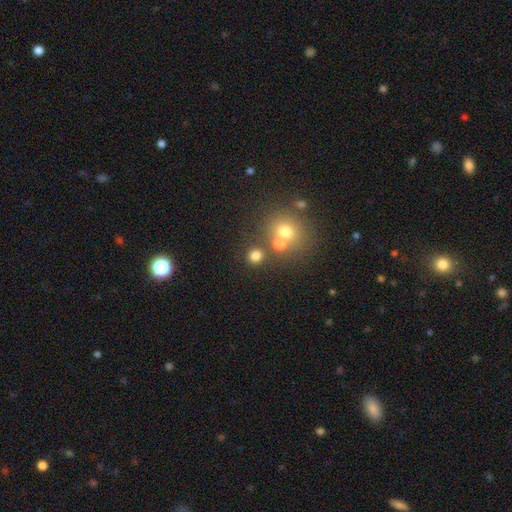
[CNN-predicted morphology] Smooth or featured? smooth (74%)
How rounded? round (91%)
Merging? none (72%)